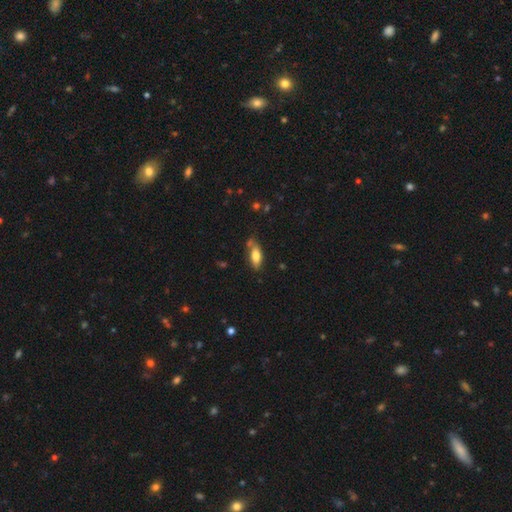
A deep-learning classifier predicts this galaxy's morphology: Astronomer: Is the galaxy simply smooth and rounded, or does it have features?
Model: smooth — 75%.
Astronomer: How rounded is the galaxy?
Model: in between — 77%.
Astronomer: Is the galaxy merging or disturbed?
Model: none — 65%.